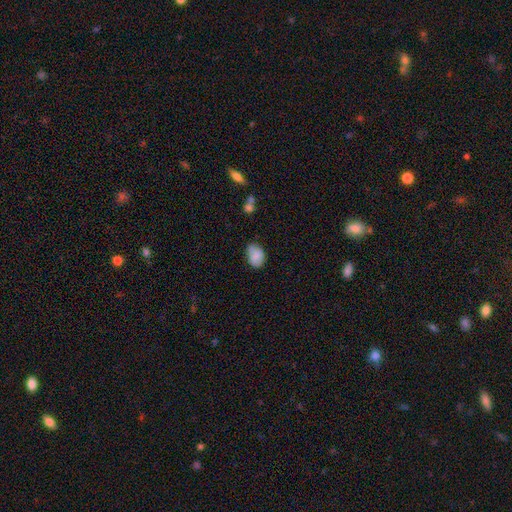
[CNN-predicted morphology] smooth-or-featured: smooth: 83% | featured or disk: 10% | star or artifact: 8%
  how-rounded: in between: 79% | round: 20% | cigar-shaped: 1%
  merging: none: 65% | minor disturbance: 27% | major disturbance: 5% | merger: 3%